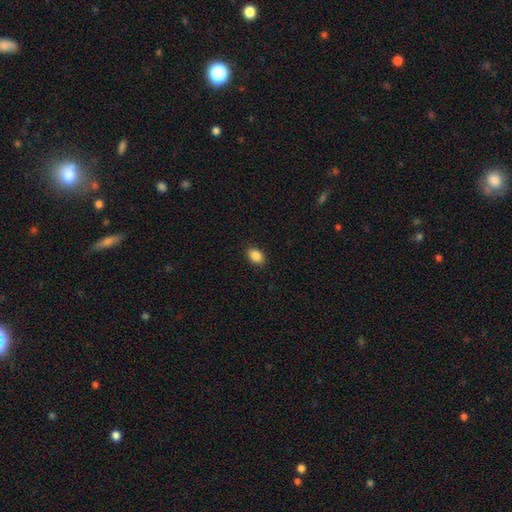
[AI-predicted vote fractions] Smooth or featured? smooth (87%)
How rounded? in between (76%)
Merging? none (90%)